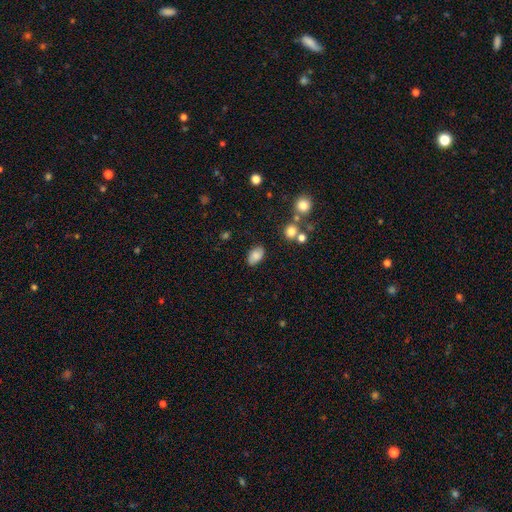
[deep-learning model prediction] Morphology: type=smooth (80%); roundness=in between (90%); merging=none (80%).